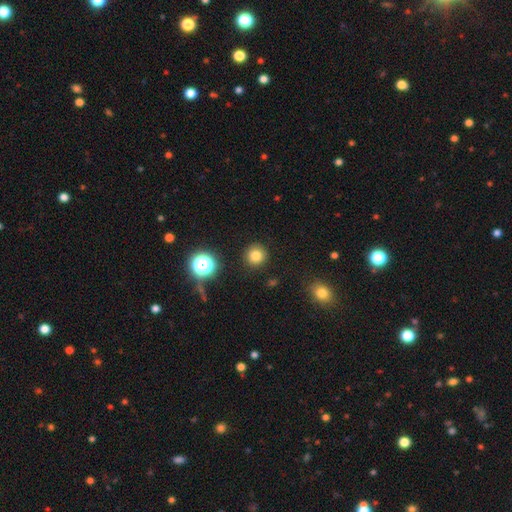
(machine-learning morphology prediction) The model was most divided on "smooth or featured": smooth: 80%, star or artifact: 14%, featured or disk: 6%. More confident: how rounded — round (93%); merging — none (90%).